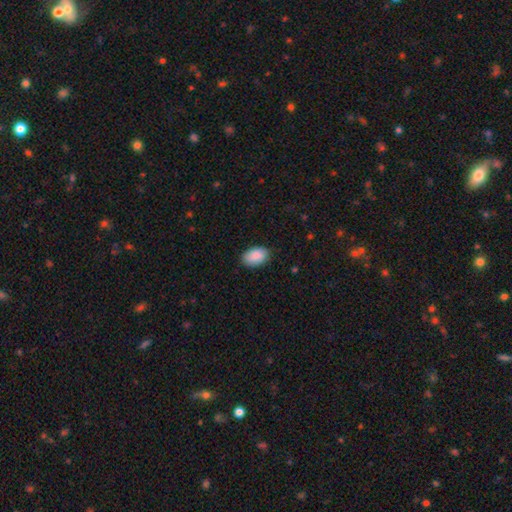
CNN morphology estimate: type=smooth (89%); roundness=in between (92%); merging=none (84%).